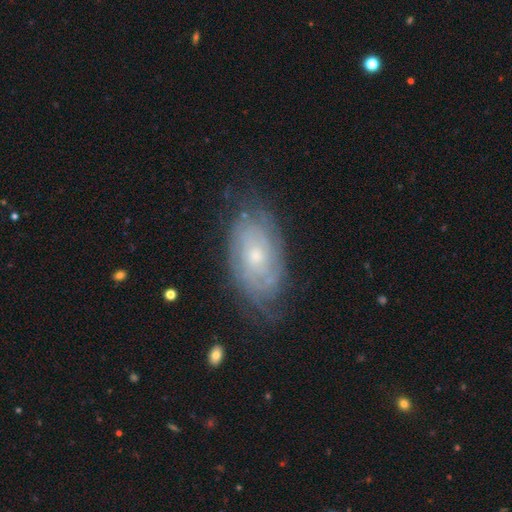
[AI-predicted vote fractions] A featured or disk galaxy (71%) with no bar (80%), tight (73%) spiral arms (83%) and a small central bulge (53%). Merging: none (70%).